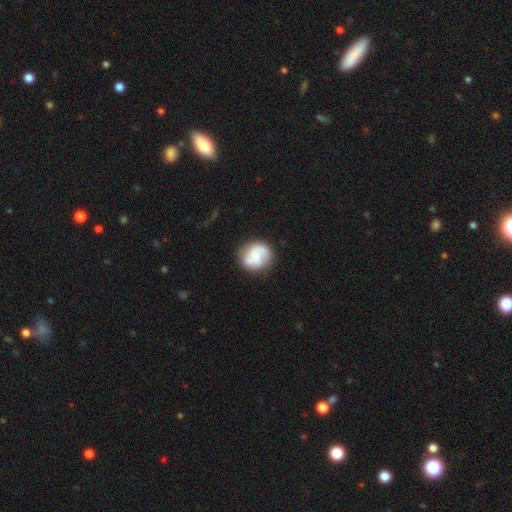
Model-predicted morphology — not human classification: A featured or disk galaxy (64%) with no bar (51%), 2 (80%) medium (46%) spiral arms (90%) and a small central bulge (49%). Merging: none (74%).